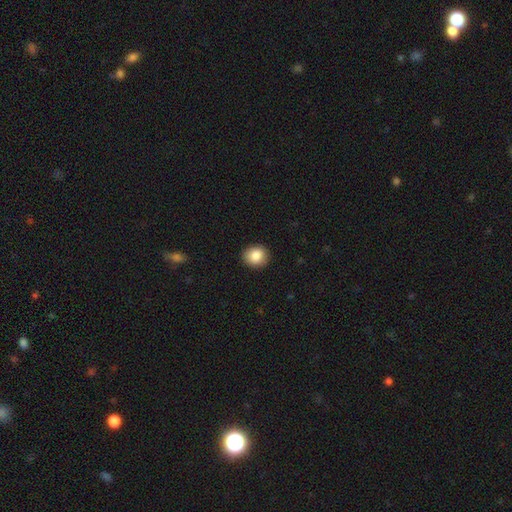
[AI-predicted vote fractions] Morphology: type=smooth (86%); roundness=round (78%); merging=none (90%).